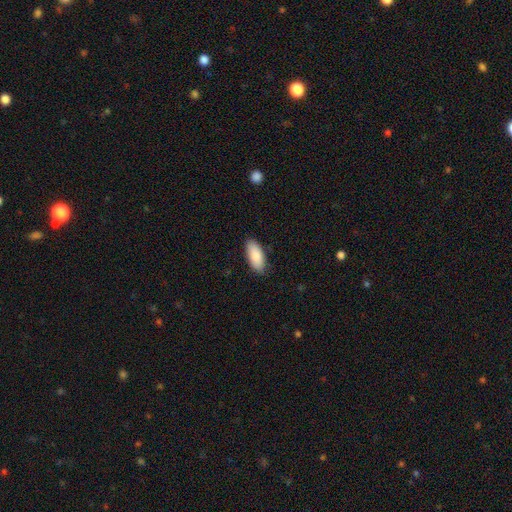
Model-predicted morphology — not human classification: A smooth galaxy with no disk features (87%) that is in between round and cigar-shaped (88%). Merging: none (85%).